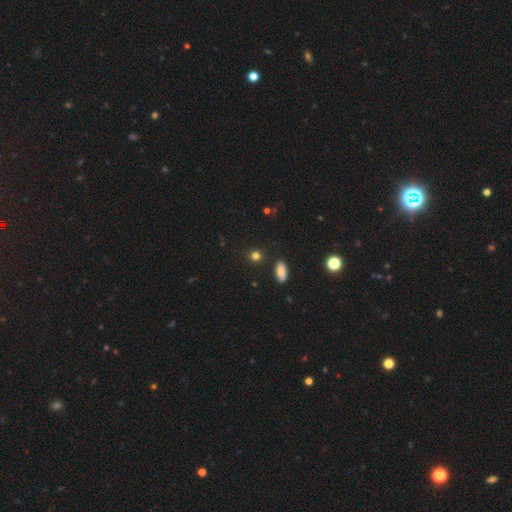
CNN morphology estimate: Smooth or featured: smooth — 79% (star or artifact — 16%)
How rounded: round — 73% (in between — 24%)
Merging: none — 87% (minor disturbance — 8%)